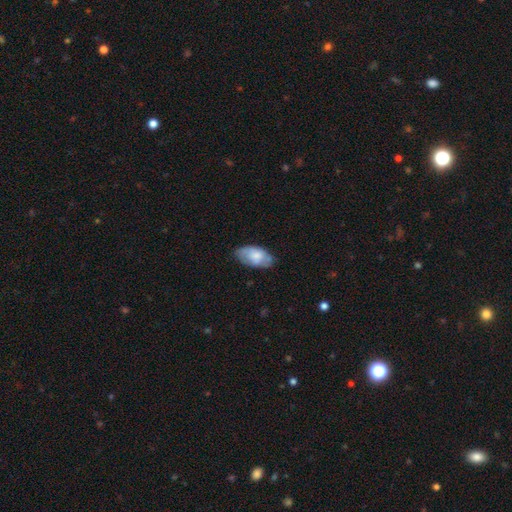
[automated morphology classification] smooth-or-featured: smooth: 68% | featured or disk: 26% | star or artifact: 6%
  how-rounded: in between: 94% | round: 3% | cigar-shaped: 2%
  merging: none: 68% | minor disturbance: 25% | major disturbance: 5% | merger: 2%